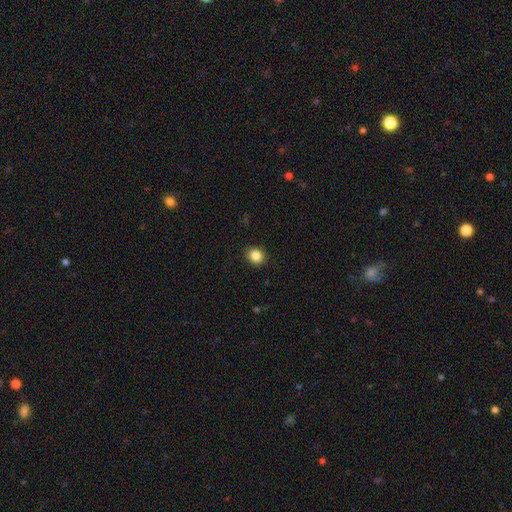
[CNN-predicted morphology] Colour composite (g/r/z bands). It shows a smooth galaxy with no disk features (86%) that is round (71%). Merging: none (90%).